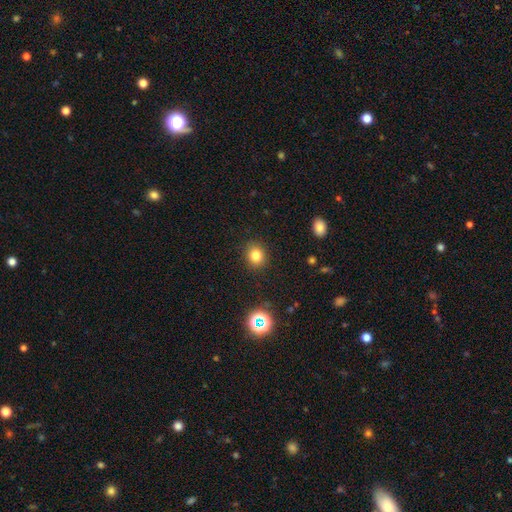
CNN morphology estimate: smooth_or_featured: smooth (p=0.79) [alt: star or artifact p=0.14]
how_rounded: round (p=0.72) [alt: in between p=0.27]
merging: none (p=0.88) [alt: minor disturbance p=0.08]